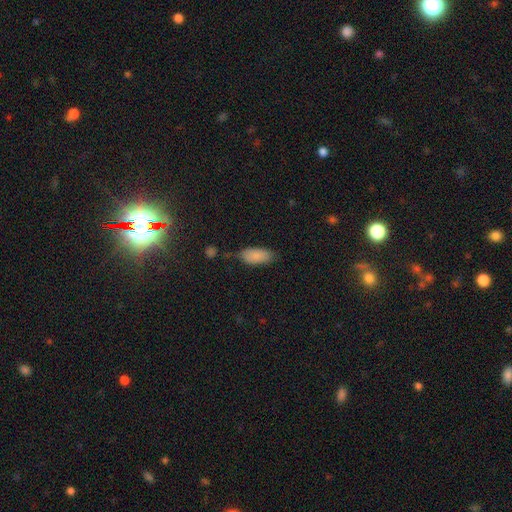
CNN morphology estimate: smooth-or-featured: smooth: 86% | star or artifact: 7% | featured or disk: 7%
  how-rounded: in between: 91% | cigar-shaped: 7% | round: 2%
  merging: none: 62% | minor disturbance: 27% | major disturbance: 7% | merger: 5%